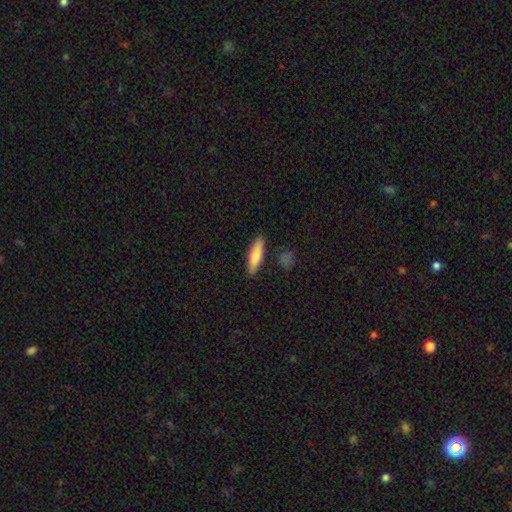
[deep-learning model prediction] This appears to be a smooth galaxy with no disk features (77%) that is cigar-shaped (65%). Merging: none (86%).